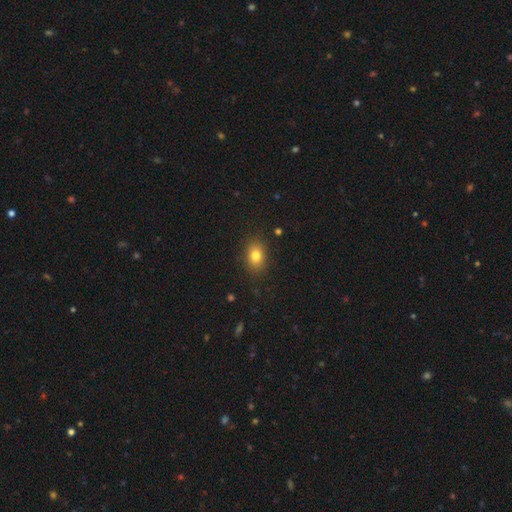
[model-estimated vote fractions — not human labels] A smooth galaxy with no disk features (81%) that is in between round and cigar-shaped (73%). Merging: none (85%).